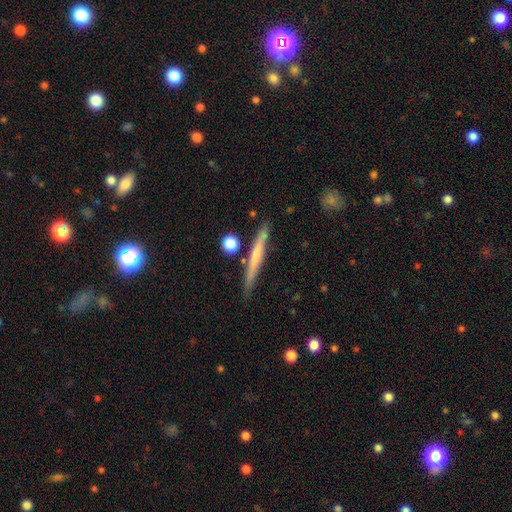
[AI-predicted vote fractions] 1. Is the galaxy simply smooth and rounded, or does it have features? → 49% smooth, 45% featured or disk, 6% star or artifact.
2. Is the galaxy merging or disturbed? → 83% none, 11% minor disturbance, 5% merger, 2% major disturbance.